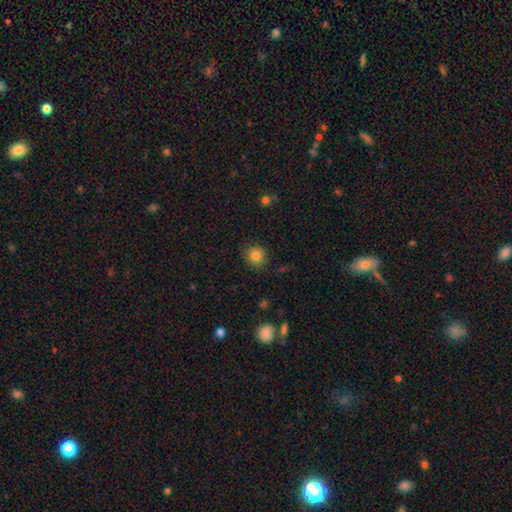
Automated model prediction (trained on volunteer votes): Smooth or featured? Predicted: smooth (p=0.82). How rounded? Predicted: round (p=0.89). Merging? Predicted: none (p=0.84).